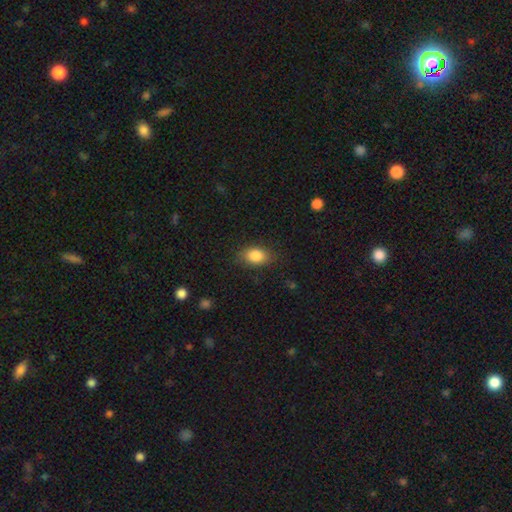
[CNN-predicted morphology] This is clearly a smooth galaxy (84%). How rounded: clearly in between (82%). Merging: clearly none (81%).